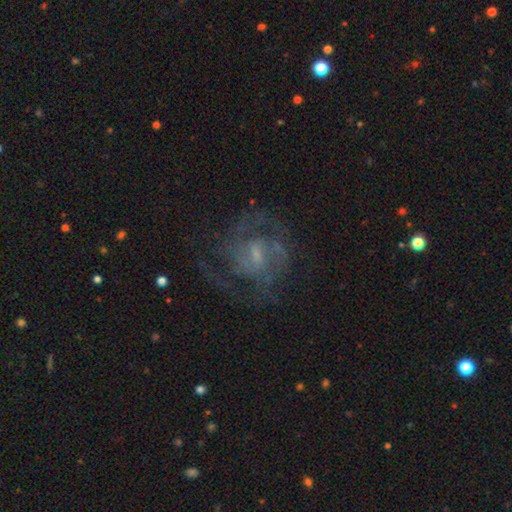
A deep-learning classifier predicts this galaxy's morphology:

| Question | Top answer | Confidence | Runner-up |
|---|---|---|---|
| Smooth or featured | featured or disk | 81% | smooth (11%) |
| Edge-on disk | no | 98% | yes (2%) |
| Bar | weak | 58% | no (30%) |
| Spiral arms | yes | 91% | no (9%) |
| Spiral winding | medium | 50% | tight (33%) |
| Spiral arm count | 2 | 41% | can't tell (25%) |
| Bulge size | small | 54% | moderate (28%) |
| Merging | none | 62% | major disturbance (19%) |